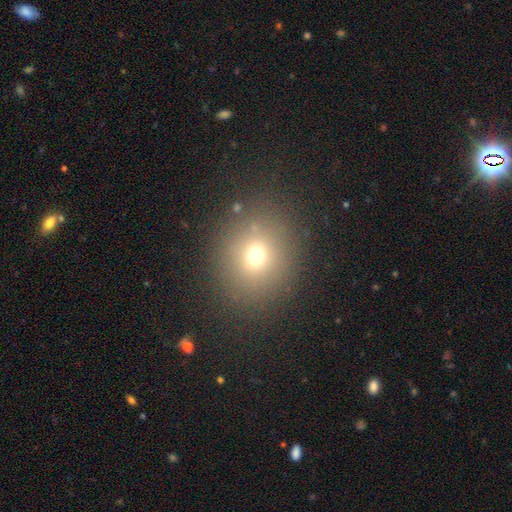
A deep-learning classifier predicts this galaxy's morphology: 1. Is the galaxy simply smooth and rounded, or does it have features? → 68% smooth, 20% star or artifact, 11% featured or disk.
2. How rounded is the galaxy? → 82% round, 17% in between, 1% cigar-shaped.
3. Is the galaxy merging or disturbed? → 85% none, 8% minor disturbance, 5% major disturbance, 2% merger.